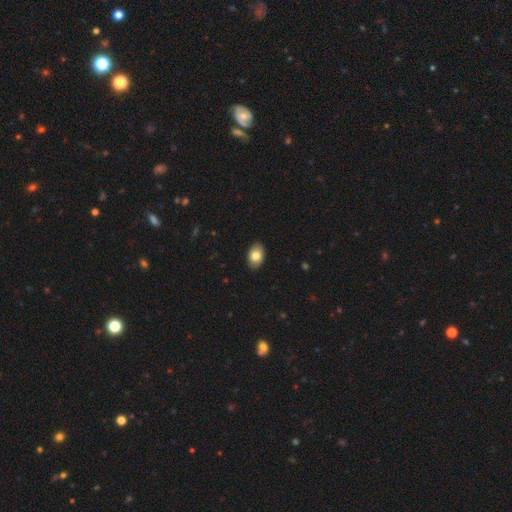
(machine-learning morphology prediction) smooth 81%, featured or disk 12%, star or artifact 7%. Down the decision tree: how rounded — in between (88%); merging — none (89%).